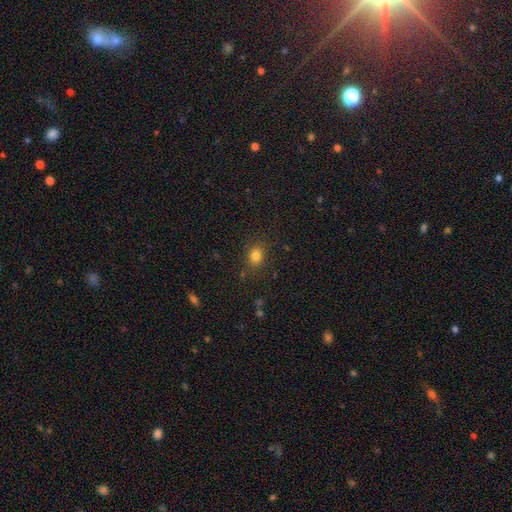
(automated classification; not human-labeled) Overall: smooth (81%). How rounded: round (62%; in between 37%). Merging: none (82%).